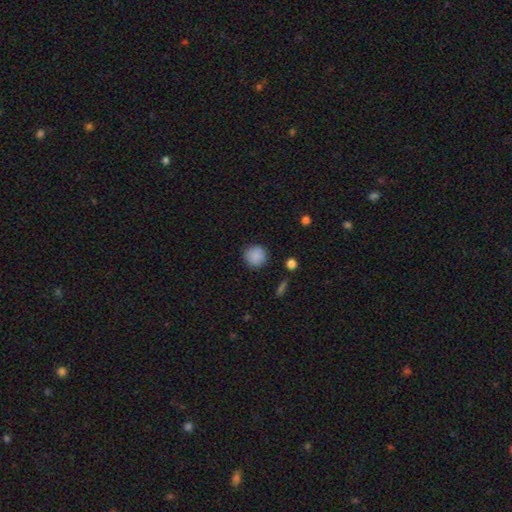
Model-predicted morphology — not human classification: Q: Smooth or featured?
A: smooth (88%); runner-up: star or artifact (8%)
Q: How rounded?
A: round (93%); runner-up: in between (6%)
Q: Merging?
A: none (89%); runner-up: minor disturbance (7%)